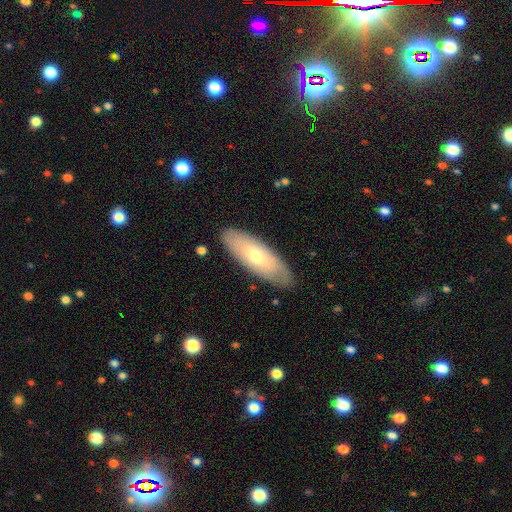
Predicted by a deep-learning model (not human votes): Smooth or featured?
  - smooth: 59% *
  - featured or disk: 35%
  - star or artifact: 6%
How rounded?
  - in between: 70% *
  - cigar-shaped: 28%
  - round: 2%
Merging?
  - none: 83% *
  - minor disturbance: 13%
  - major disturbance: 3%
  - merger: 1%